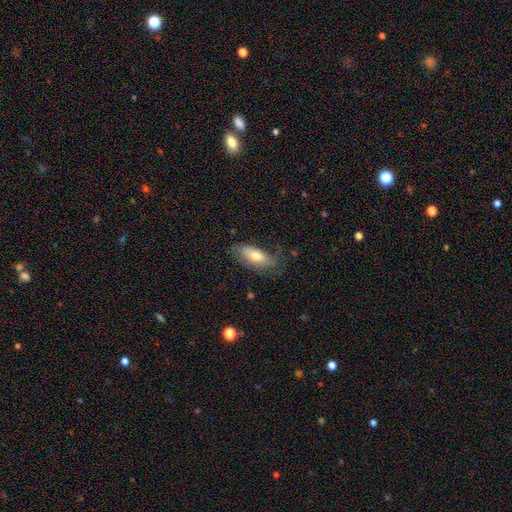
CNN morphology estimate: This is likely a smooth galaxy (65%). How rounded: likely in between (79%). Merging: likely none (62%).